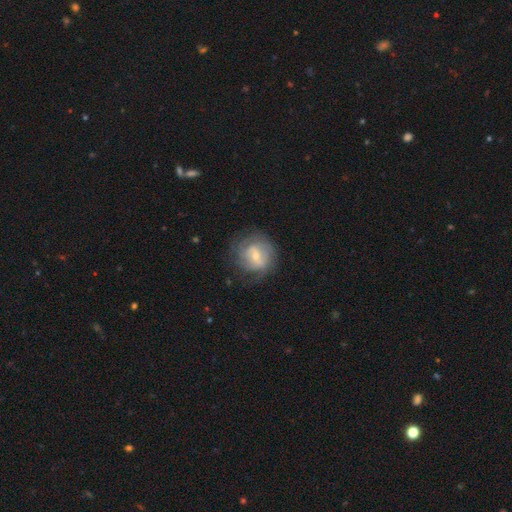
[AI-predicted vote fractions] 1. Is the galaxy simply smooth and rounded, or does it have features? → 63% featured or disk, 29% smooth, 8% star or artifact.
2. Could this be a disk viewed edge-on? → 96% no, 4% yes.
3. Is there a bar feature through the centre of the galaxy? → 52% weak, 31% no, 17% strong.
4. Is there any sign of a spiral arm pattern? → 73% yes, 27% no.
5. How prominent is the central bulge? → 55% small, 40% moderate, 3% large, 2% none, 1% dominant.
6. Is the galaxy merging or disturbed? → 66% none, 20% minor disturbance, 12% major disturbance, 2% merger.